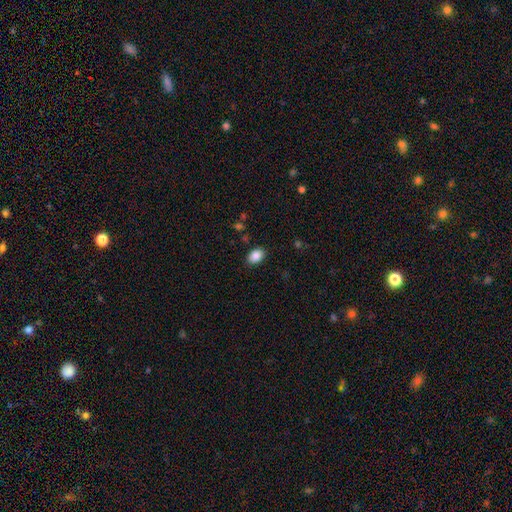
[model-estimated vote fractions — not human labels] Smooth or featured: smooth — 87% (star or artifact — 8%)
How rounded: in between — 81% (round — 18%)
Merging: none — 87% (minor disturbance — 9%)